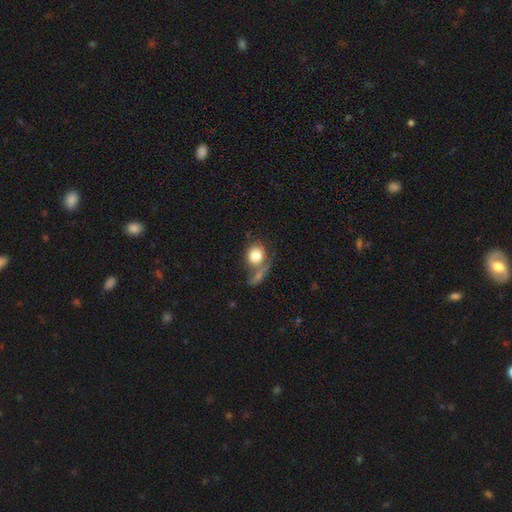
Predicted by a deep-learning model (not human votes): Overall: smooth (79%). How rounded: round (73%). Merging: none (41%; merger 33%).